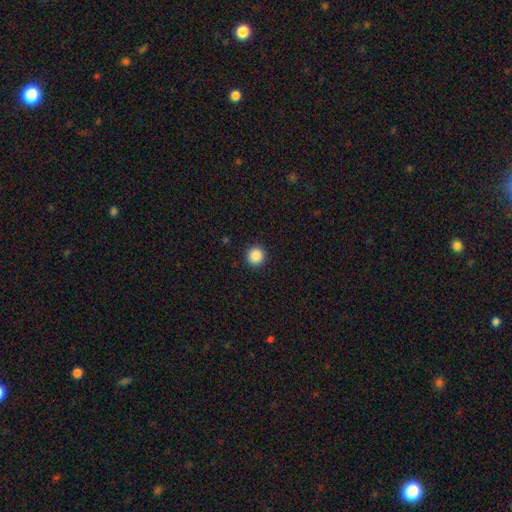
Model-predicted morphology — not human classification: The model was most divided on "smooth or featured": smooth: 88%, star or artifact: 10%, featured or disk: 3%. More confident: how rounded — round (95%); merging — none (92%).